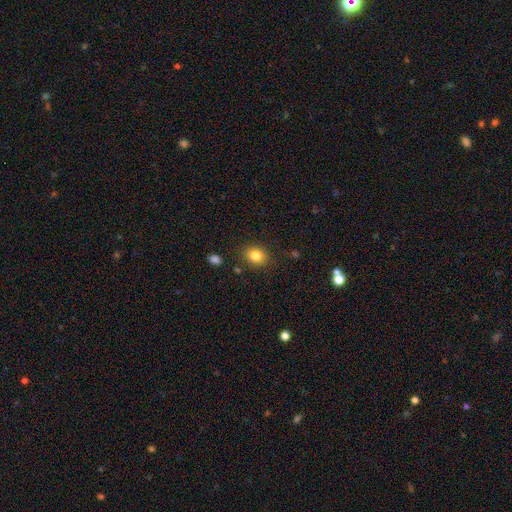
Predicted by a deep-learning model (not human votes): Overall: smooth (83%). How rounded: round (52%; in between 47%). Merging: none (86%).